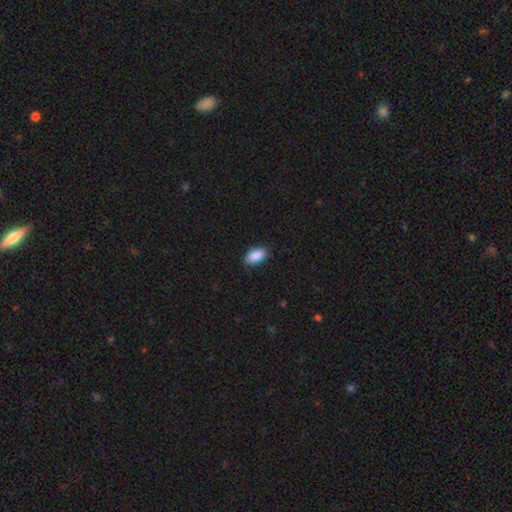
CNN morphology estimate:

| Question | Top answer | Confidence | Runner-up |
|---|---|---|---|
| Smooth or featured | smooth | 90% | star or artifact (7%) |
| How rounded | in between | 93% | cigar-shaped (4%) |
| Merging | none | 87% | minor disturbance (10%) |